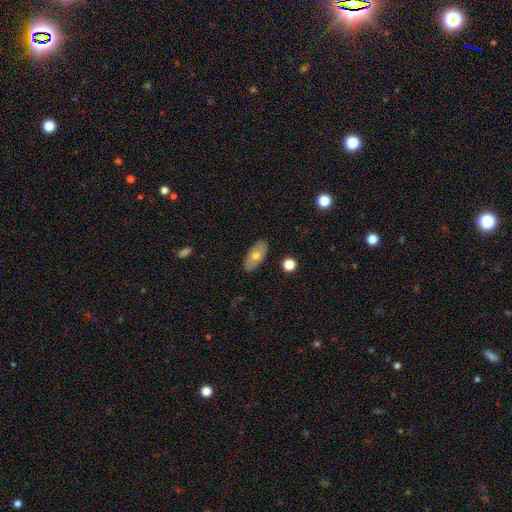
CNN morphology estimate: smooth-or-featured: smooth: 66% | featured or disk: 28% | star or artifact: 6%
  how-rounded: in between: 90% | cigar-shaped: 6% | round: 4%
  merging: none: 87% | minor disturbance: 10% | major disturbance: 2% | merger: 1%